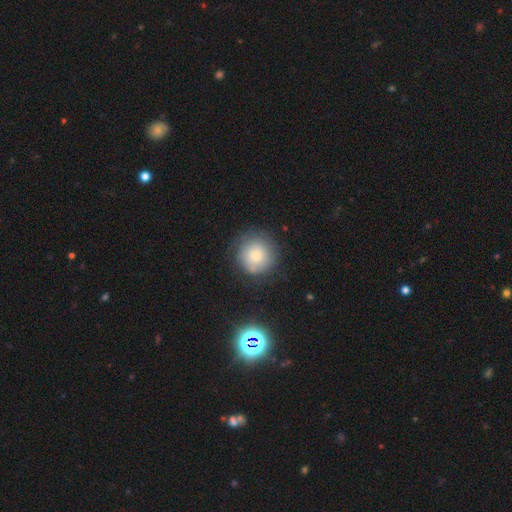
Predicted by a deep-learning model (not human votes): Smooth or featured? smooth (65%)
How rounded? round (94%)
Merging? none (76%)